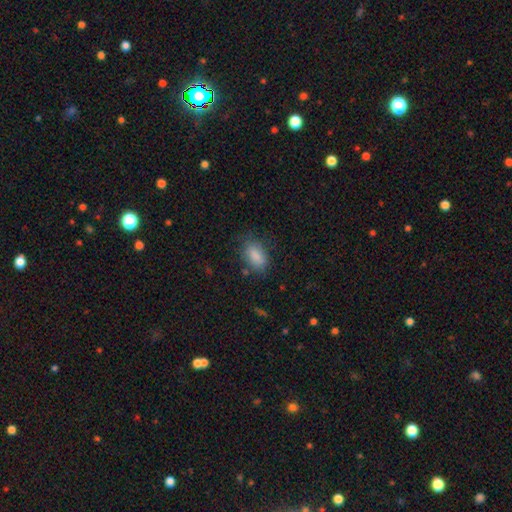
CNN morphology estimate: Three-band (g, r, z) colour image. It shows a smooth galaxy with no disk features (85%) that is in between round and cigar-shaped (89%). Merging: none (73%).